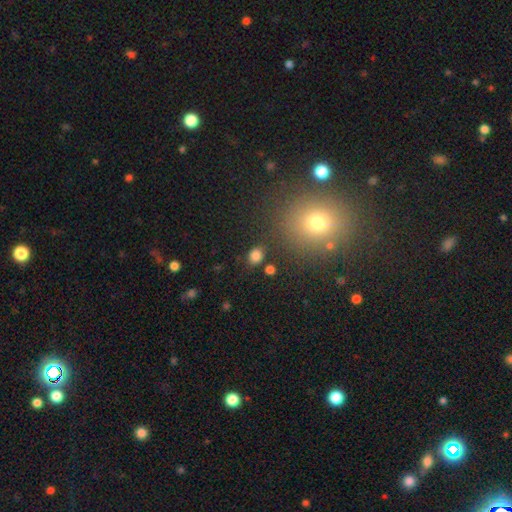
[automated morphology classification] smooth_or_featured: smooth (p=0.81) [alt: star or artifact p=0.14]
how_rounded: round (p=0.51) [alt: in between p=0.48]
merging: none (p=0.83) [alt: minor disturbance p=0.10]